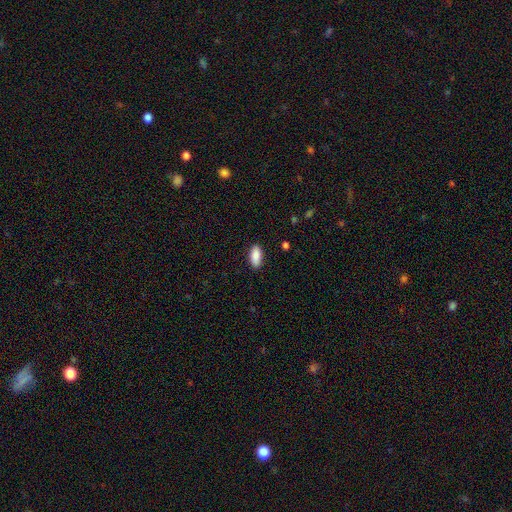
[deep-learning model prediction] smooth-or-featured: smooth: 88% | star or artifact: 6% | featured or disk: 6%
  how-rounded: in between: 88% | cigar-shaped: 10% | round: 2%
  merging: none: 87% | minor disturbance: 9% | major disturbance: 2% | merger: 1%